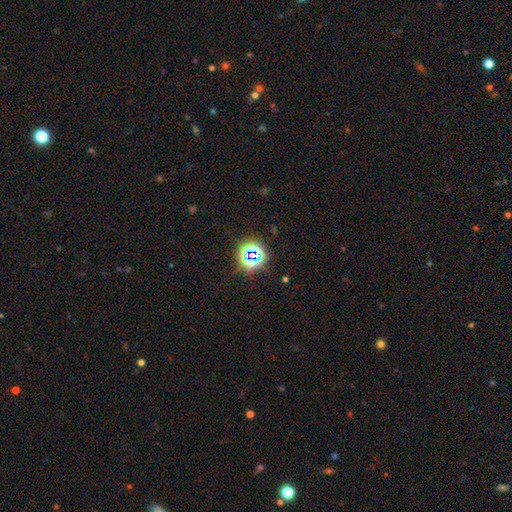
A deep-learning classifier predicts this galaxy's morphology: This is likely a star or artifact rather than a galaxy (70%).